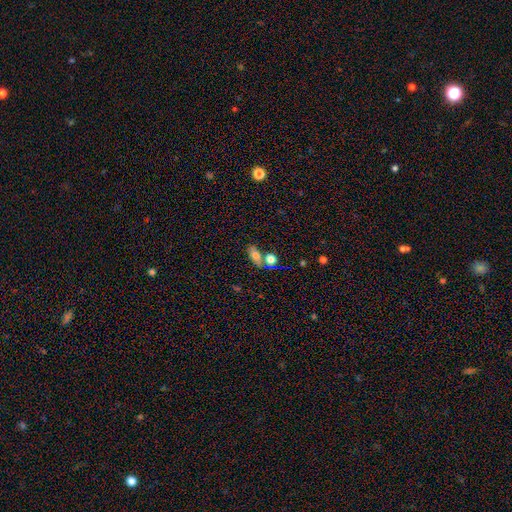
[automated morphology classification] smooth 70%, featured or disk 17%, star or artifact 14%. Down the decision tree: how rounded — in between (77%); merging — none (51%).